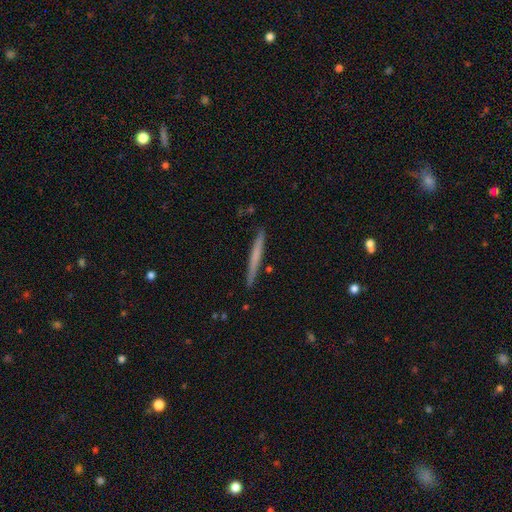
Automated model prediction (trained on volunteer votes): Smooth or featured? smooth (54%)
How rounded? cigar-shaped (97%)
Merging? none (91%)